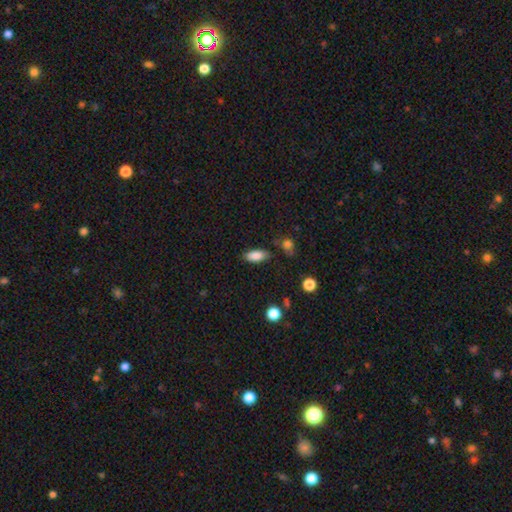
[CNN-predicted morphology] Smooth or featured: smooth — 85% (star or artifact — 8%)
How rounded: in between — 86% (cigar-shaped — 11%)
Merging: none — 79% (minor disturbance — 14%)